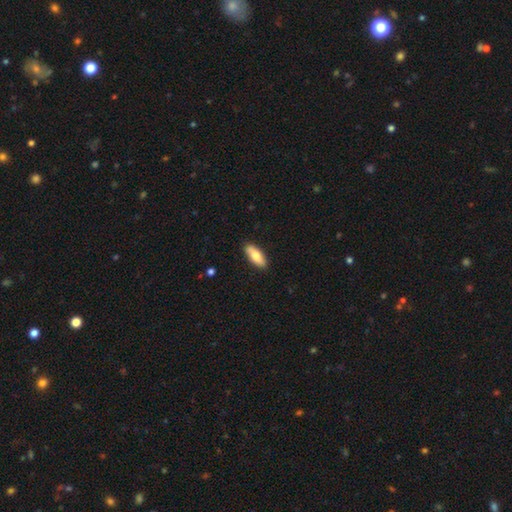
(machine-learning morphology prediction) smooth 78%, featured or disk 16%, star or artifact 6%. Down the decision tree: how rounded — in between (74%); merging — none (88%).